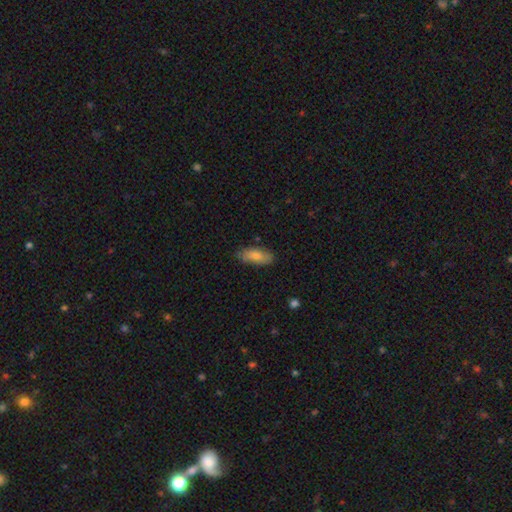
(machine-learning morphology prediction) type=smooth (75%); roundness=in between (76%); merging=none (80%).